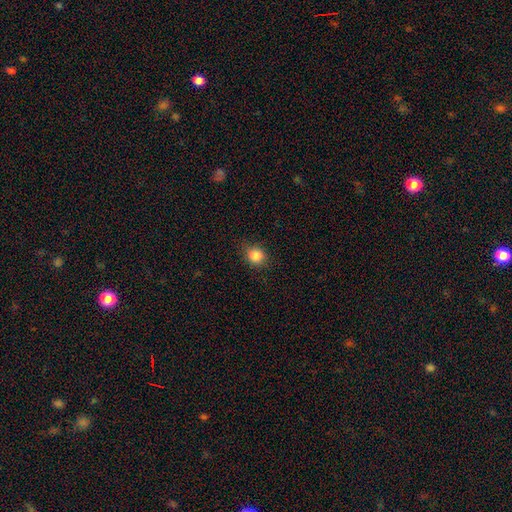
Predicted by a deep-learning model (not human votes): smooth_or_featured: smooth (p=0.86) [alt: star or artifact p=0.10]
how_rounded: round (p=0.75) [alt: in between p=0.24]
merging: none (p=0.82) [alt: minor disturbance p=0.14]